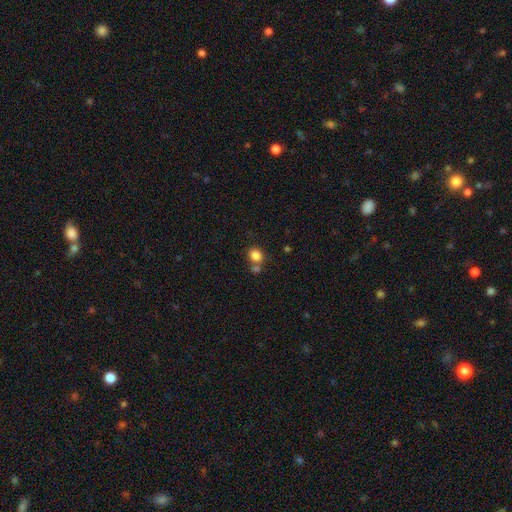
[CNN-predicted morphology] Overall: smooth (84%). How rounded: round (69%; in between 31%). Merging: none (61%; merger 24%).